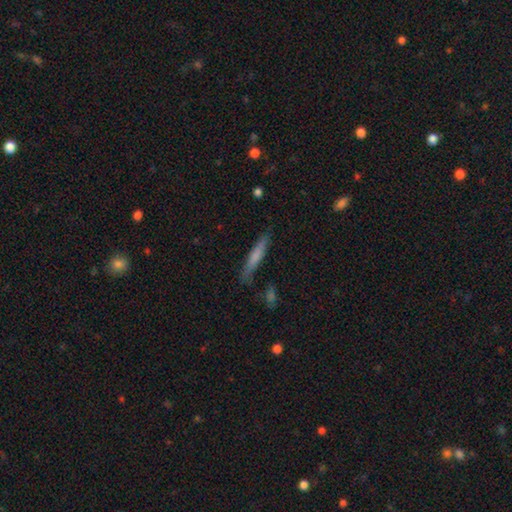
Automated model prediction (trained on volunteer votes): Smooth or featured? smooth (64%)
How rounded? cigar-shaped (93%)
Merging? none (81%)